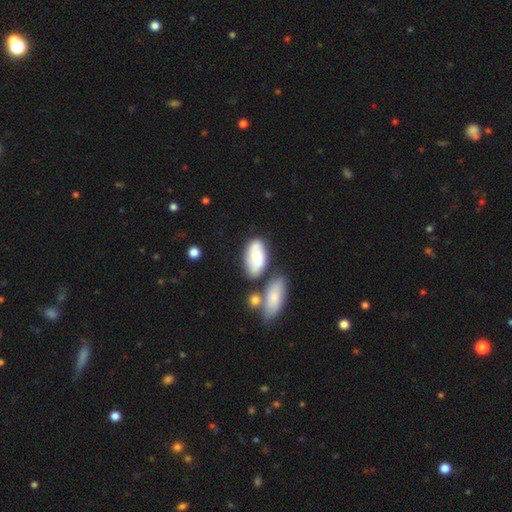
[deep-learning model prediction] Smooth or featured?
  - smooth: 57% *
  - featured or disk: 36%
  - star or artifact: 7%
How rounded?
  - in between: 92% *
  - round: 5%
  - cigar-shaped: 3%
Merging?
  - none: 51% *
  - merger: 21%
  - minor disturbance: 20%
  - major disturbance: 7%